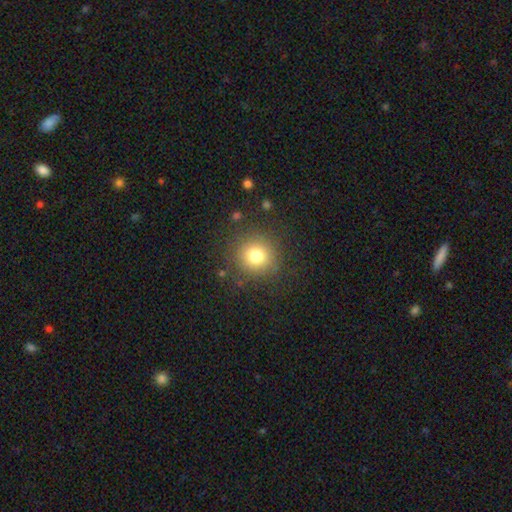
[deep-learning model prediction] This is likely a smooth galaxy (78%). How rounded: clearly round (90%). Merging: clearly none (85%).